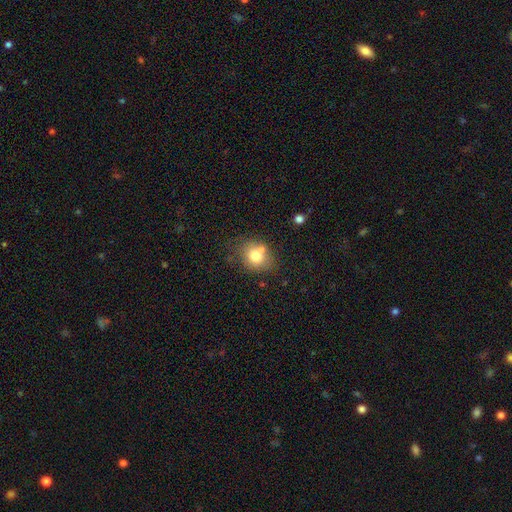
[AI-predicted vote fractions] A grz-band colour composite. It shows a smooth galaxy with no disk features (74%) that is round (66%). Merging: none (61%).